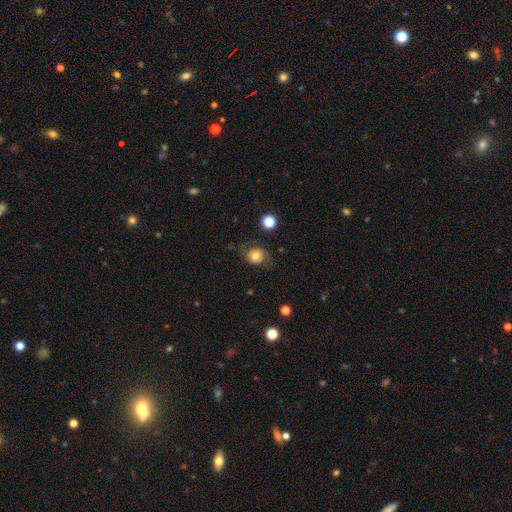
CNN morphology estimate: smooth 63%, featured or disk 26%, star or artifact 11%. Down the decision tree: how rounded — round (76%); merging — none (68%).